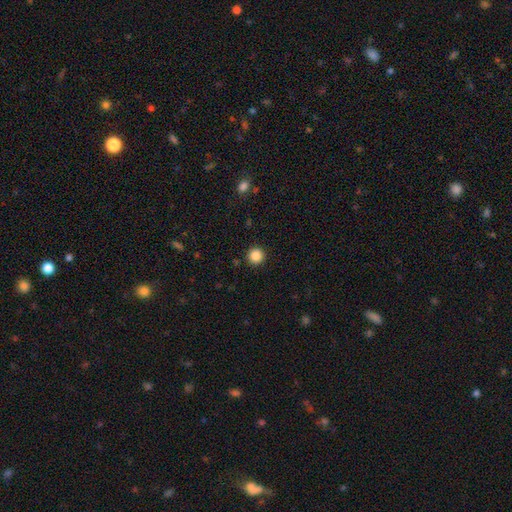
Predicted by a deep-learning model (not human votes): smooth-or-featured: smooth: 86% | star or artifact: 11% | featured or disk: 3%
  how-rounded: round: 96% | in between: 4% | cigar-shaped: 1%
  merging: none: 92% | minor disturbance: 5% | major disturbance: 2% | merger: 1%